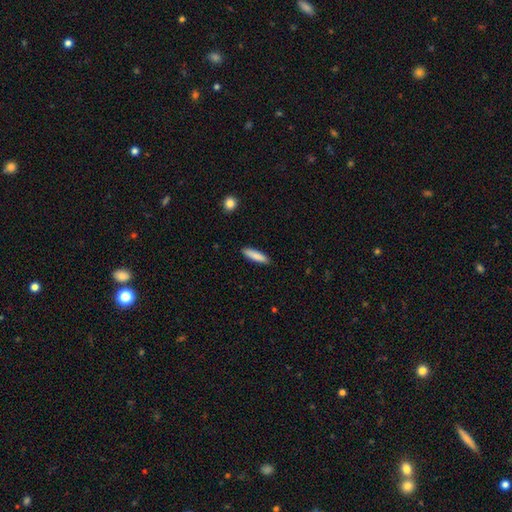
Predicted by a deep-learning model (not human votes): This is clearly a smooth galaxy (85%). How rounded: likely cigar-shaped (79%). Merging: clearly none (89%).